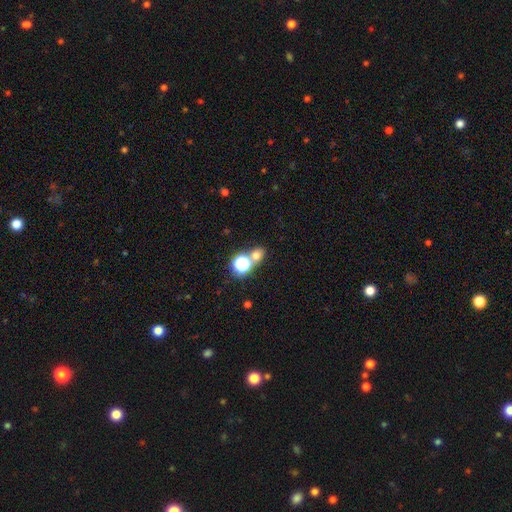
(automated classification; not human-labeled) smooth-or-featured: smooth: 64% | star or artifact: 28% | featured or disk: 9%
  how-rounded: round: 65% | in between: 33% | cigar-shaped: 1%
  merging: none: 57% | merger: 31% | minor disturbance: 8% | major disturbance: 4%